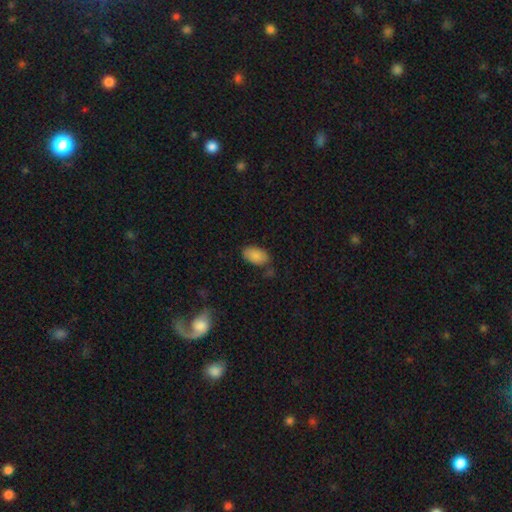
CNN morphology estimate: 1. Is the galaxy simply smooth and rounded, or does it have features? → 86% smooth, 7% star or artifact, 7% featured or disk.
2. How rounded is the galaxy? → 94% in between, 4% round, 2% cigar-shaped.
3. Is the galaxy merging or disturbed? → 74% none, 17% minor disturbance, 4% merger, 4% major disturbance.